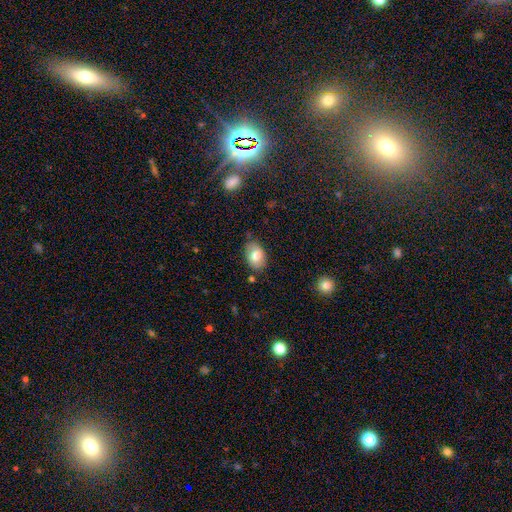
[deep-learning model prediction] This appears to be a smooth galaxy with no disk features (78%) that is in between round and cigar-shaped (85%). Merging: none (77%).